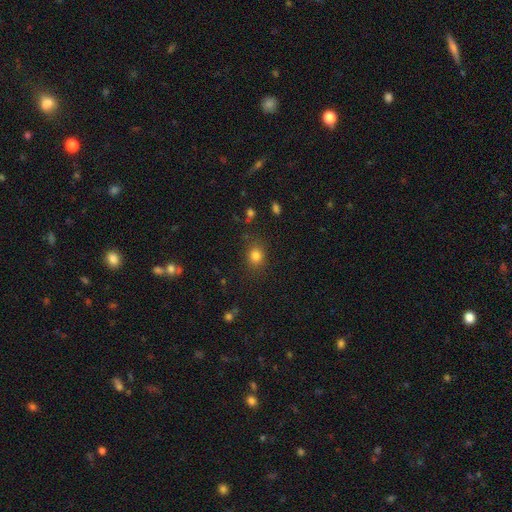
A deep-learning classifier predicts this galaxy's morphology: Overall: smooth (82%). How rounded: round (66%; in between 33%). Merging: none (82%).